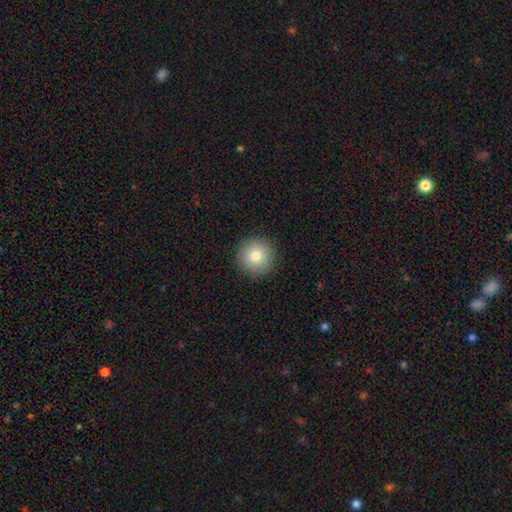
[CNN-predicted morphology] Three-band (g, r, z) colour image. It shows a smooth galaxy with no disk features (81%) that is round (95%). Merging: none (91%).